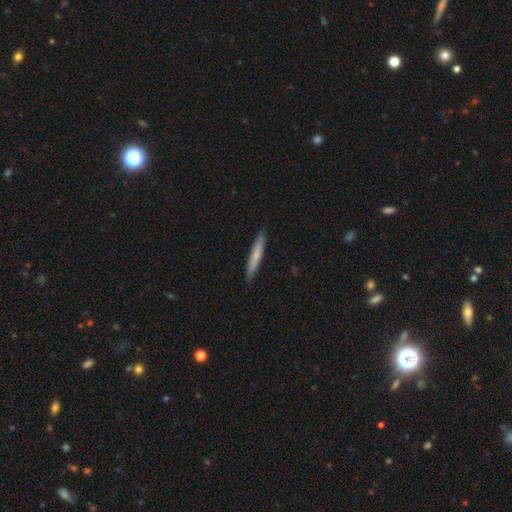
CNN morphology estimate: Overall: smooth (71%). How rounded: cigar-shaped (94%). Merging: none (90%).